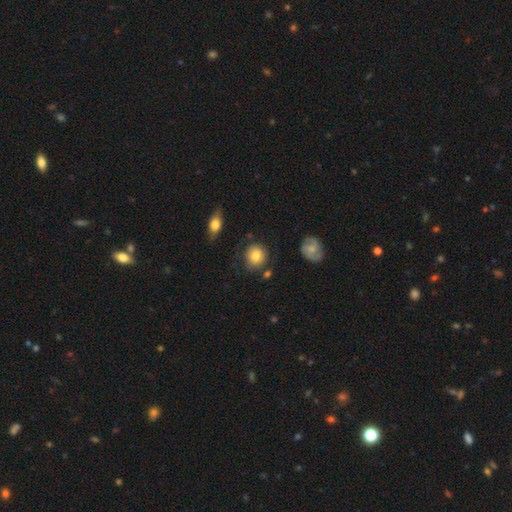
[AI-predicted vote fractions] Smooth or featured? smooth (80%)
How rounded? round (83%)
Merging? none (72%)